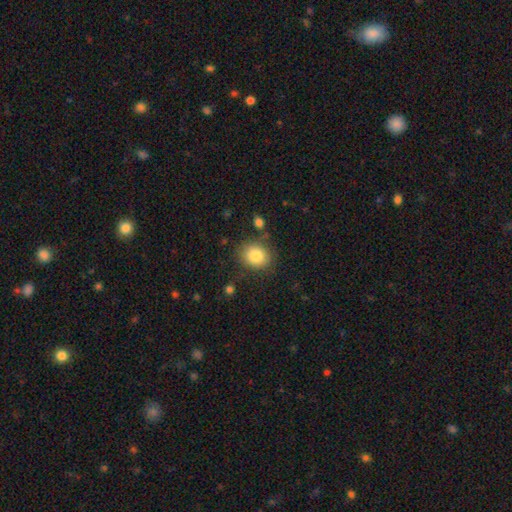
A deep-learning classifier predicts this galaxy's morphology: Q: Smooth or featured?
A: smooth (84%); runner-up: star or artifact (9%)
Q: How rounded?
A: round (59%); runner-up: in between (40%)
Q: Merging?
A: none (80%); runner-up: minor disturbance (13%)